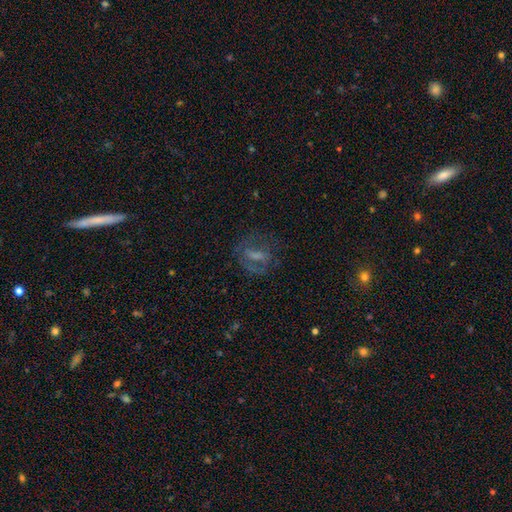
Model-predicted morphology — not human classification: This is possibly a featured or disk galaxy (51%). It is clearly not viewed edge-on (91%). Merging: likely none (60%).